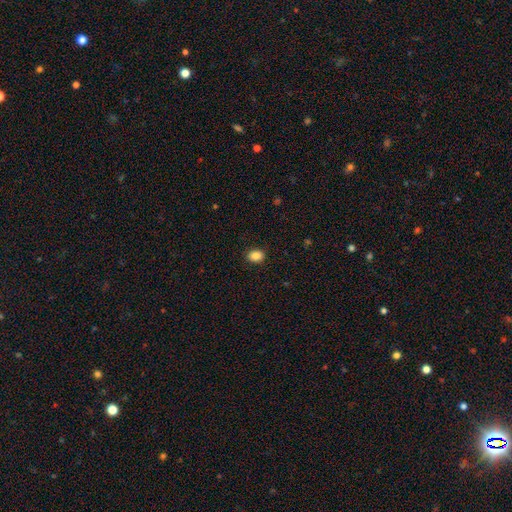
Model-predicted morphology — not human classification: Smooth or featured: smooth — 87% (star or artifact — 9%)
How rounded: in between — 63% (round — 36%)
Merging: none — 90% (minor disturbance — 7%)